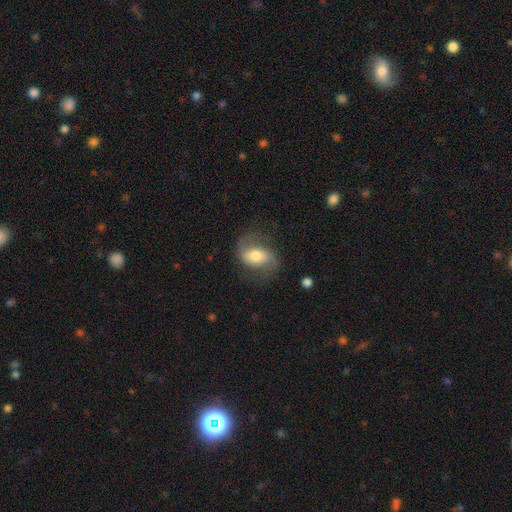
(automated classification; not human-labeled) Morphology: type=featured or disk (73%); edge-on=no (96%); bar=weak (42%); spiral arms=yes (91%); winding=medium (44%); arm count=2 (90%); bulge=moderate (62%); merging=none (72%).